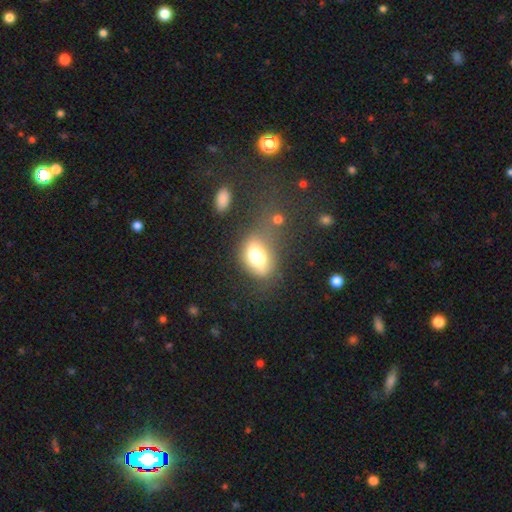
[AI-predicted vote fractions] Smooth or featured? Predicted: smooth (p=0.72). How rounded? Predicted: in between (p=0.81). Merging? Predicted: none (p=0.42).